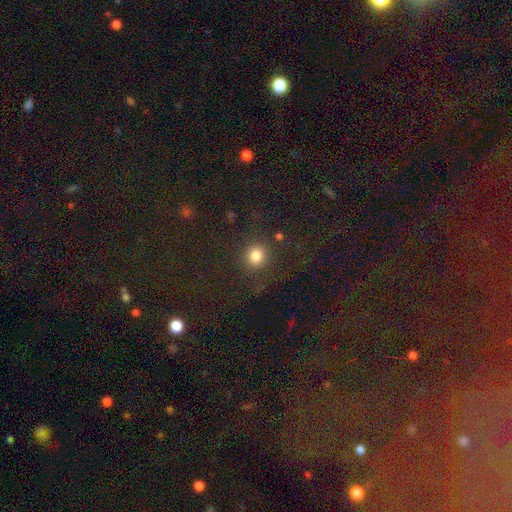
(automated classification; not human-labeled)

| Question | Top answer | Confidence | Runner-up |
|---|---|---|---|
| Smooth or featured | smooth | 81% | star or artifact (13%) |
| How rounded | round | 87% | in between (12%) |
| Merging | none | 83% | minor disturbance (9%) |